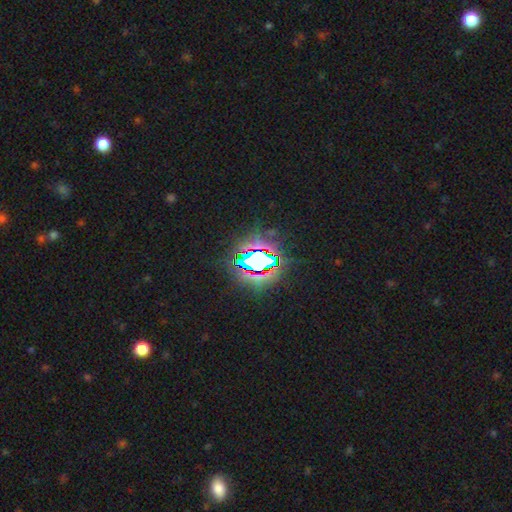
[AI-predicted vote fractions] A star or artifact, not a galaxy (75%).

Vote fractions:
- Smooth or featured? star or artifact: 75% / smooth: 14% / featured or disk: 11%